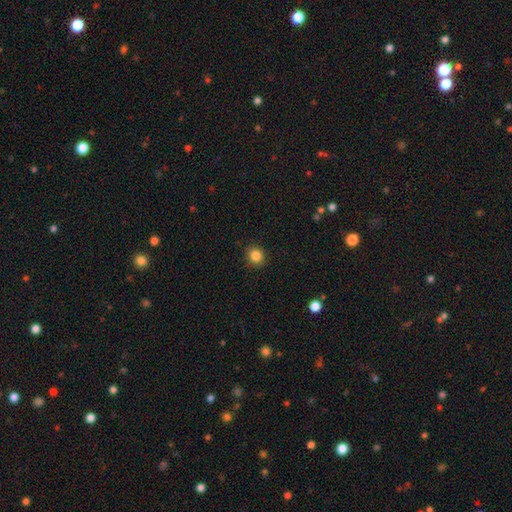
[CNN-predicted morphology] Q: Smooth or featured?
A: smooth (85%); runner-up: star or artifact (11%)
Q: How rounded?
A: round (86%); runner-up: in between (13%)
Q: Merging?
A: none (90%); runner-up: minor disturbance (7%)